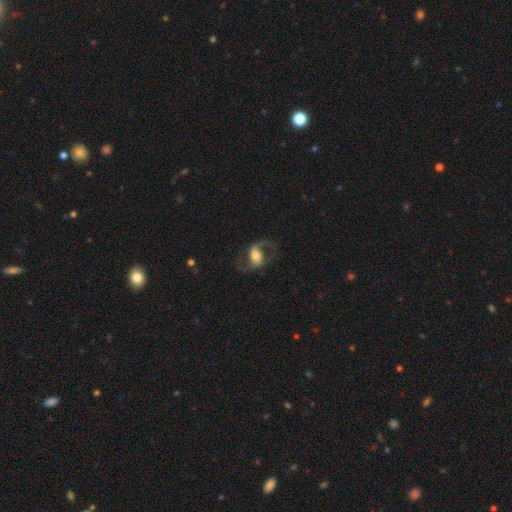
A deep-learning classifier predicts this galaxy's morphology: A featured or disk galaxy (76%) with a weak bar (37%), 2 (86%) loose (52%) spiral arms (90%) and a moderate central bulge (59%).

Vote fractions:
- Smooth or featured? featured or disk: 76% / smooth: 17% / star or artifact: 7%
- Edge-on disk? no: 96% / yes: 4%
- Bar? weak: 37% / no: 32% / strong: 31%
- Spiral arms? yes: 90% / no: 10%
- Spiral winding? loose: 52% / medium: 41% / tight: 8%
- Spiral arm count? 2: 86% / 1: 8% / can't tell: 3% / 3: 1% / 4: 1% / more than 4: 1%
- Bulge size? moderate: 59% / small: 20% / large: 16% / dominant: 2% / none: 2%
- Merging? none: 64% / major disturbance: 20% / minor disturbance: 15% / merger: 2%